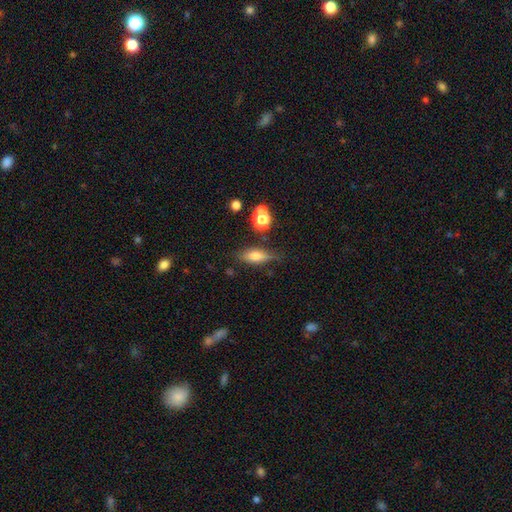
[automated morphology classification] smooth_or_featured: smooth (p=0.57) [alt: featured or disk p=0.32]
how_rounded: in between (p=0.57) [alt: cigar-shaped p=0.37]
merging: none (p=0.67) [alt: minor disturbance p=0.21]